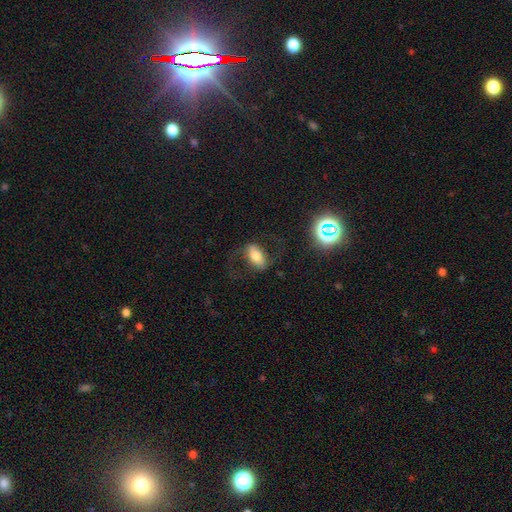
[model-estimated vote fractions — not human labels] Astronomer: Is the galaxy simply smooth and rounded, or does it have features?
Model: smooth — 53% (runner-up: featured or disk, 36%).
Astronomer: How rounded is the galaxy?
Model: in between — 87%.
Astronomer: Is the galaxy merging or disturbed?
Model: none — 65%.